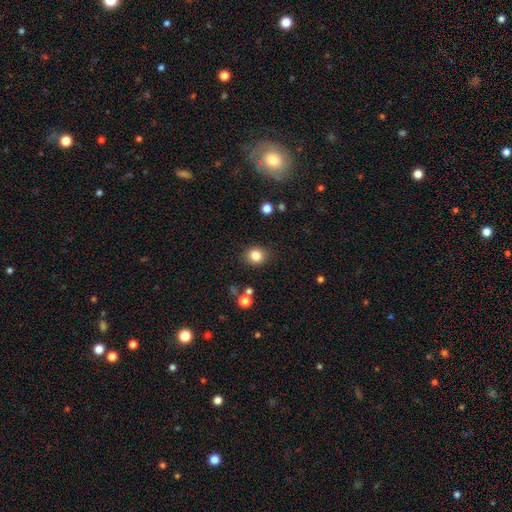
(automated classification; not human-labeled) A smooth galaxy with no disk features (84%) that is round (80%).

Vote fractions:
- Smooth or featured? smooth: 84% / star or artifact: 11% / featured or disk: 5%
- How rounded? round: 80% / in between: 19% / cigar-shaped: 1%
- Merging? none: 88% / minor disturbance: 8% / major disturbance: 2% / merger: 2%